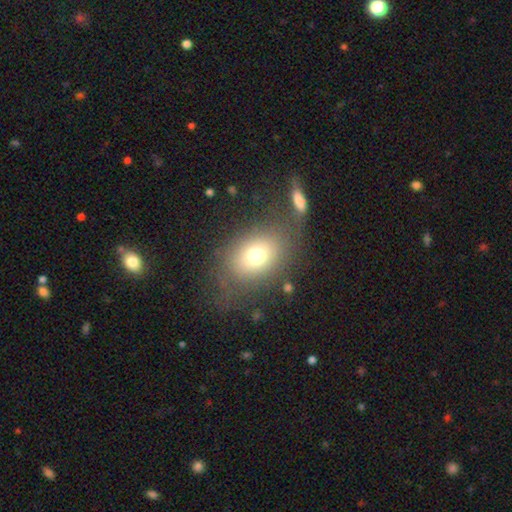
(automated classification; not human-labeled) Smooth or featured? Predicted: smooth (p=0.72). How rounded? Predicted: in between (p=0.63). Merging? Predicted: none (p=0.65).